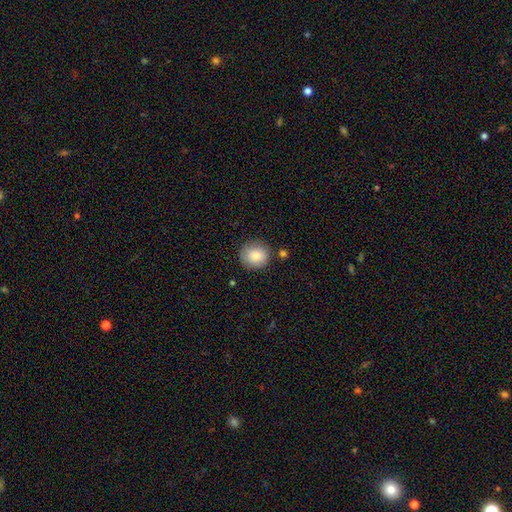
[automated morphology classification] Smooth or featured?
  - smooth: 85% *
  - star or artifact: 8%
  - featured or disk: 7%
How rounded?
  - round: 89% *
  - in between: 10%
  - cigar-shaped: 1%
Merging?
  - none: 83% *
  - minor disturbance: 11%
  - merger: 3%
  - major disturbance: 3%